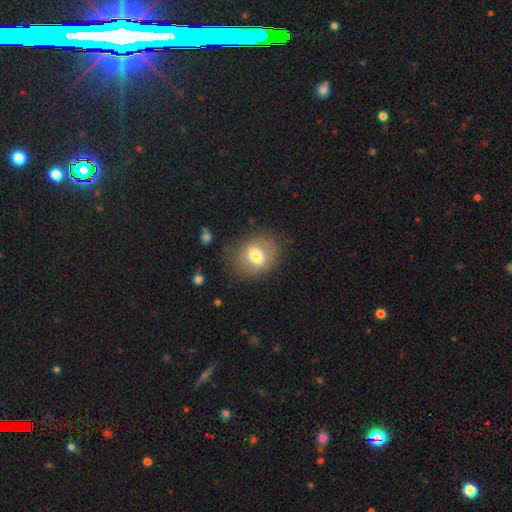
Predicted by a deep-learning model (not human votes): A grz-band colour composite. It shows a smooth galaxy with no disk features (65%) that is round (54%). Merging: none (78%).